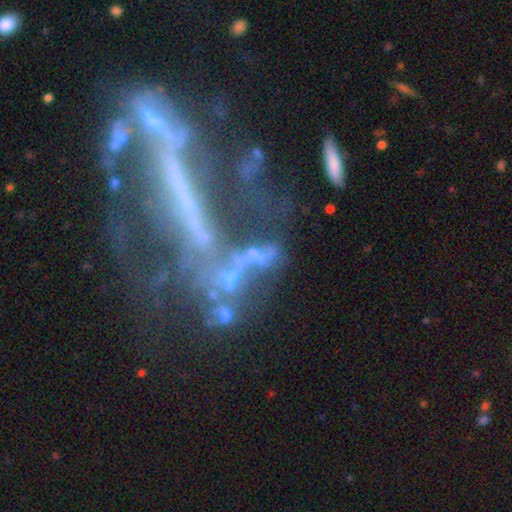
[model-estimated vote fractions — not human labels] The model was most divided on "smooth or featured": featured or disk: 40%, star or artifact: 35%, smooth: 25%. Remaining: merging — merger (41%).